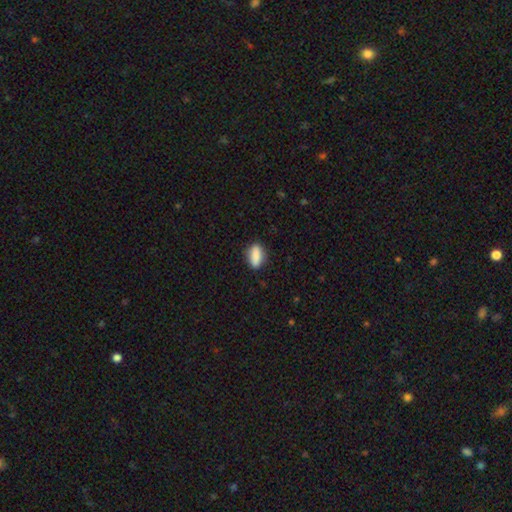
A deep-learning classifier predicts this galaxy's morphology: smooth-or-featured: smooth: 86% | star or artifact: 7% | featured or disk: 6%
  how-rounded: in between: 74% | cigar-shaped: 21% | round: 5%
  merging: none: 85% | minor disturbance: 11% | major disturbance: 3% | merger: 1%